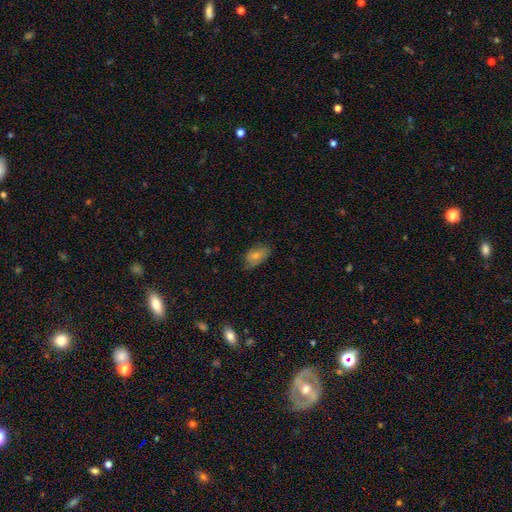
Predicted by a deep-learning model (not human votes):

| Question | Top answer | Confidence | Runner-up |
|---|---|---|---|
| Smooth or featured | smooth | 61% | featured or disk (26%) |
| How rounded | in between | 88% | round (8%) |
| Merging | none | 69% | minor disturbance (24%) |